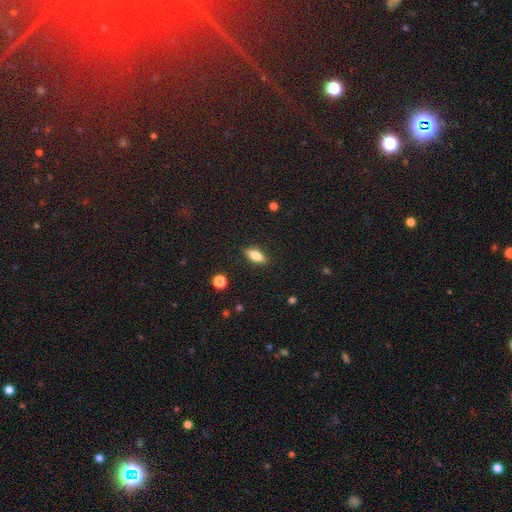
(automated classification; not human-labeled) Q: Smooth or featured?
A: smooth (74%); runner-up: featured or disk (18%)
Q: How rounded?
A: in between (76%); runner-up: cigar-shaped (20%)
Q: Merging?
A: none (88%); runner-up: minor disturbance (9%)